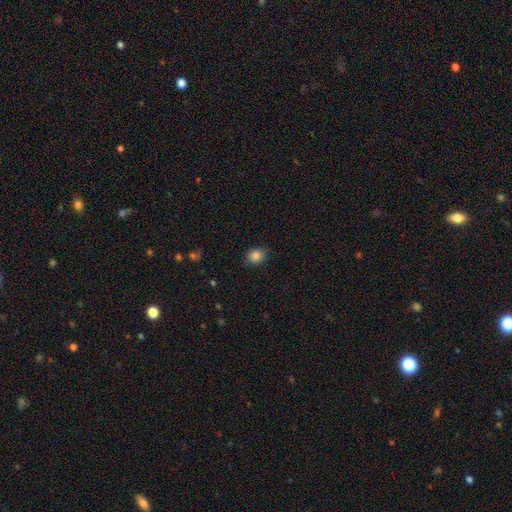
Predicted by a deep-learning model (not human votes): Smooth or featured? smooth (85%)
How rounded? round (58%)
Merging? none (84%)